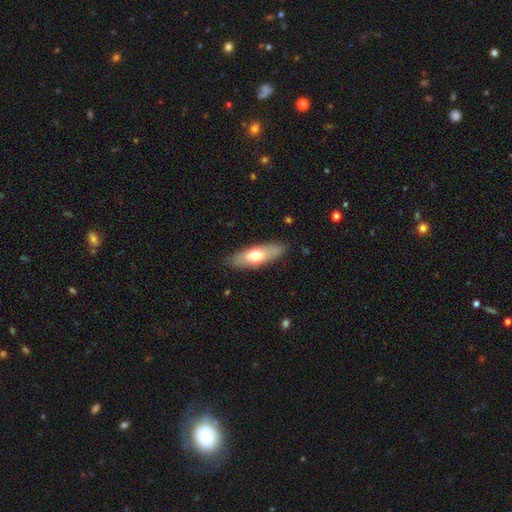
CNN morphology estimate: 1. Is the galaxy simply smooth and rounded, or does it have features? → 65% smooth, 30% featured or disk, 6% star or artifact.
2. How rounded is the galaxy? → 62% in between, 35% cigar-shaped, 2% round.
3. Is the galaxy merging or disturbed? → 85% none, 11% minor disturbance, 2% major disturbance, 1% merger.